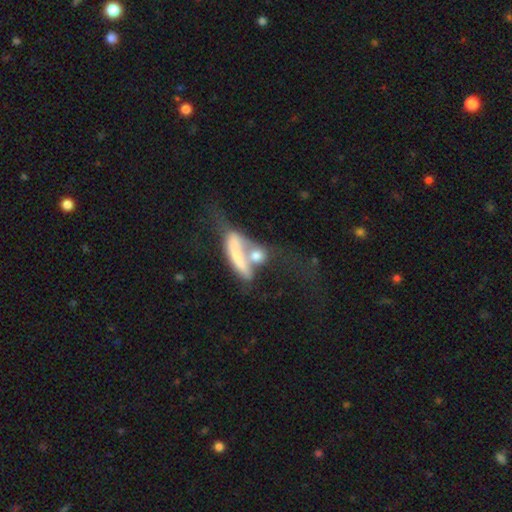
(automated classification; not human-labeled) Overall: smooth (58%; featured or disk 33%). How rounded: in between (49%; cigar-shaped 32%). Merging: merger (59%).